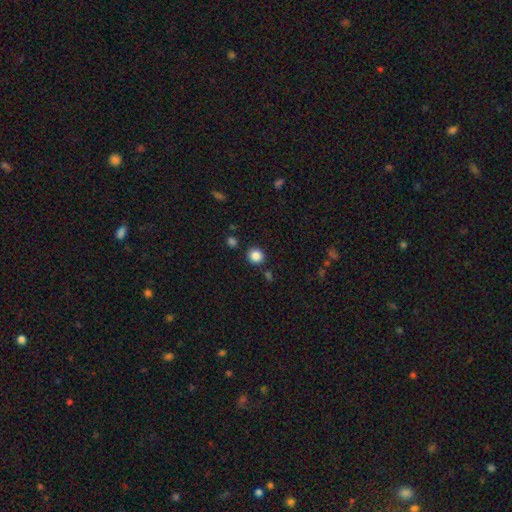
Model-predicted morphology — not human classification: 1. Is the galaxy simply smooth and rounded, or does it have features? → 86% smooth, 11% star or artifact, 4% featured or disk.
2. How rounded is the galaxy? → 91% round, 8% in between, 1% cigar-shaped.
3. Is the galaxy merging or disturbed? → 88% none, 6% minor disturbance, 4% merger, 2% major disturbance.